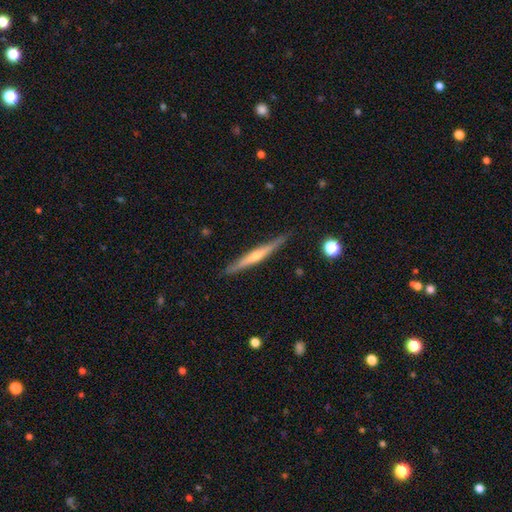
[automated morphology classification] The model was most divided on "smooth or featured": featured or disk: 69%, smooth: 24%, star or artifact: 6%. More confident: edge-on disk — yes (97%); merging — none (88%); edge-on bulge — rounded (72%).